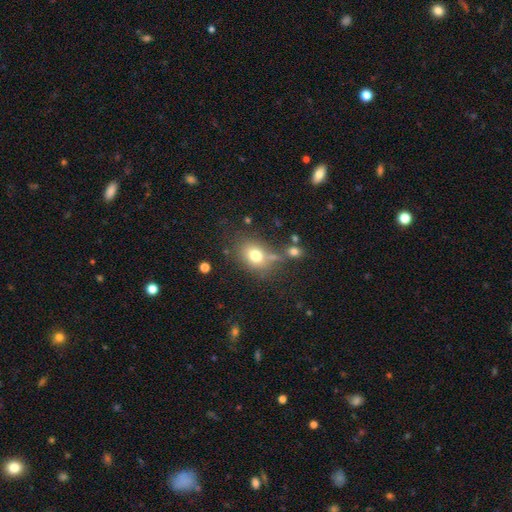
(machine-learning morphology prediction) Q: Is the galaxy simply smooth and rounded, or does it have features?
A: smooth — 75%.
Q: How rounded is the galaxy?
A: in between — 54%.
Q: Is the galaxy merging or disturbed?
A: none — 61%.